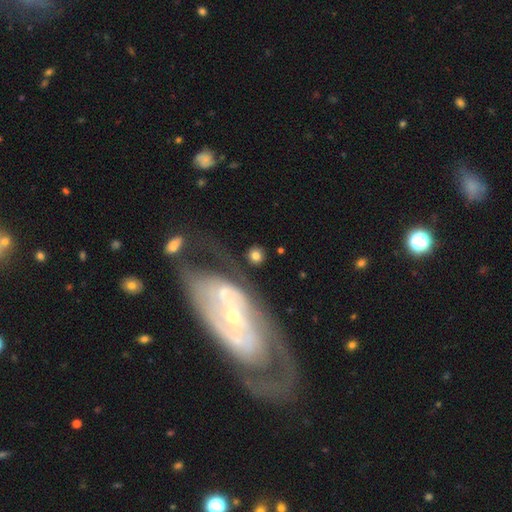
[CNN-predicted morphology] This is likely a smooth galaxy (68%). How rounded: clearly round (85%). Merging: likely none (72%).